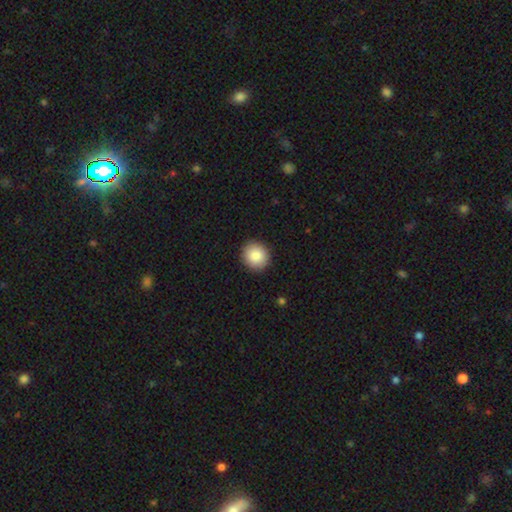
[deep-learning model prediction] smooth-or-featured: smooth: 87% | star or artifact: 8% | featured or disk: 5%
  how-rounded: round: 85% | in between: 14% | cigar-shaped: 1%
  merging: none: 91% | minor disturbance: 6% | major disturbance: 2% | merger: 1%